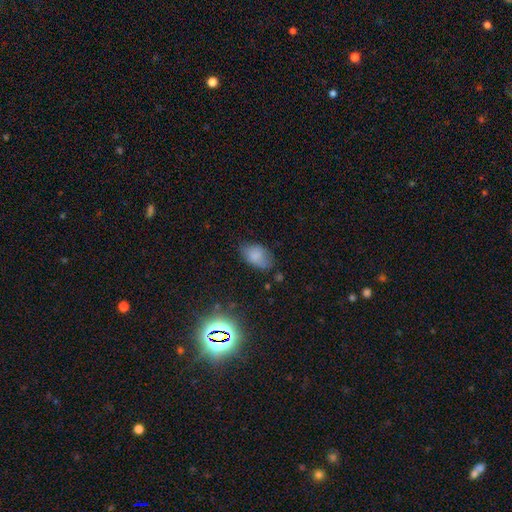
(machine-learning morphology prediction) A smooth galaxy with no disk features (80%) that is in between round and cigar-shaped (89%).

Vote fractions:
- Smooth or featured? smooth: 80% / star or artifact: 10% / featured or disk: 9%
- How rounded? in between: 89% / round: 9% / cigar-shaped: 2%
- Merging? none: 65% / minor disturbance: 26% / major disturbance: 7% / merger: 2%